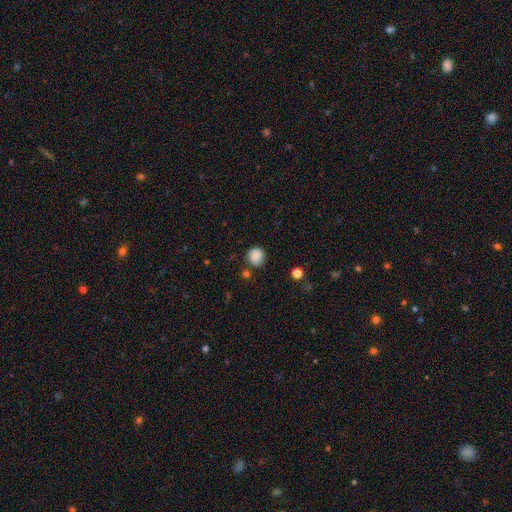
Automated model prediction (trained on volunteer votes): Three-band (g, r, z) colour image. It shows a smooth galaxy with no disk features (86%) that is round (90%). Merging: none (80%).